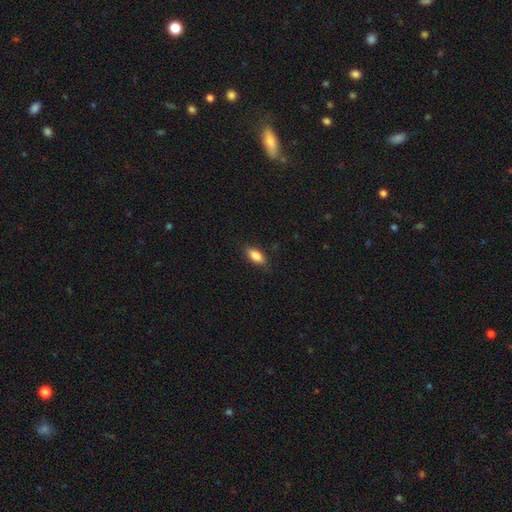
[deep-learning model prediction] The model was most divided on "how rounded": in between: 83%, cigar-shaped: 14%, round: 3%. More confident: merging — none (85%); smooth or featured — smooth (83%).